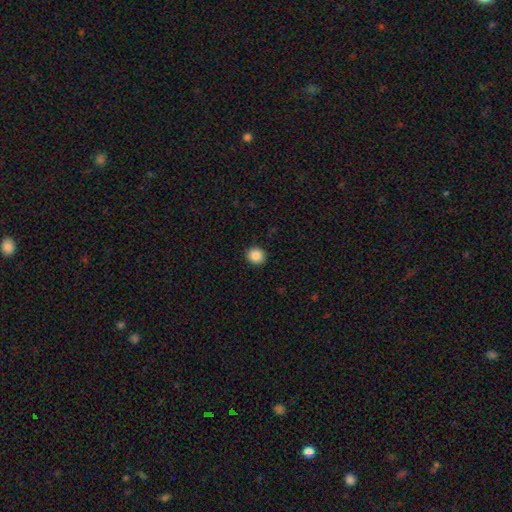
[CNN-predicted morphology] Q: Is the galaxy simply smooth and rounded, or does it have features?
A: smooth — 87%.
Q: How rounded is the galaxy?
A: round — 86%.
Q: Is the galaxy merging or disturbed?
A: none — 92%.